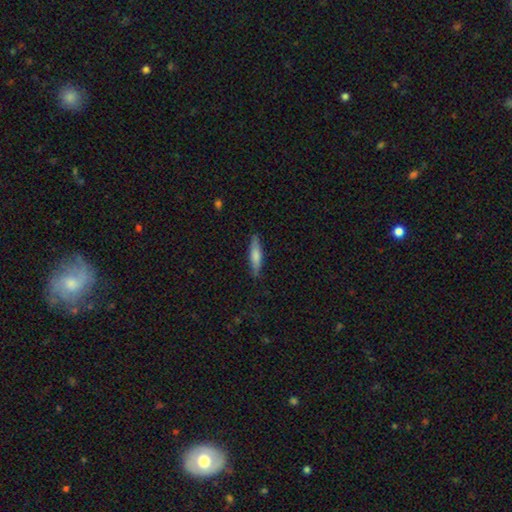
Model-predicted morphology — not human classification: This is likely a smooth galaxy (69%). How rounded: likely cigar-shaped (77%). Merging: clearly none (84%).